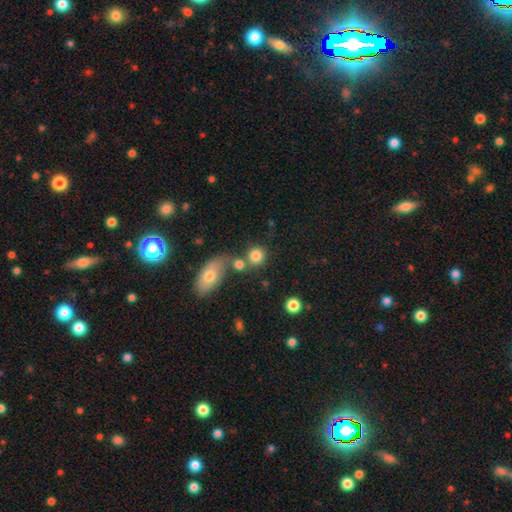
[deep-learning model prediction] Morphology: type=smooth (82%); roundness=round (81%); merging=none (58%).